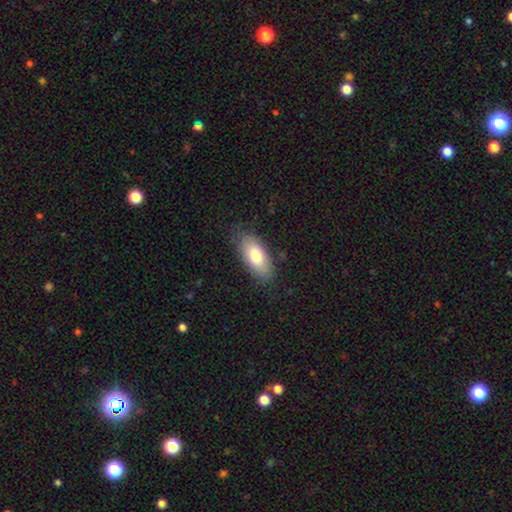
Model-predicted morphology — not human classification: Smooth or featured?
  - smooth: 76% *
  - featured or disk: 18%
  - star or artifact: 6%
How rounded?
  - in between: 88% *
  - cigar-shaped: 9%
  - round: 3%
Merging?
  - none: 79% *
  - minor disturbance: 16%
  - major disturbance: 4%
  - merger: 1%